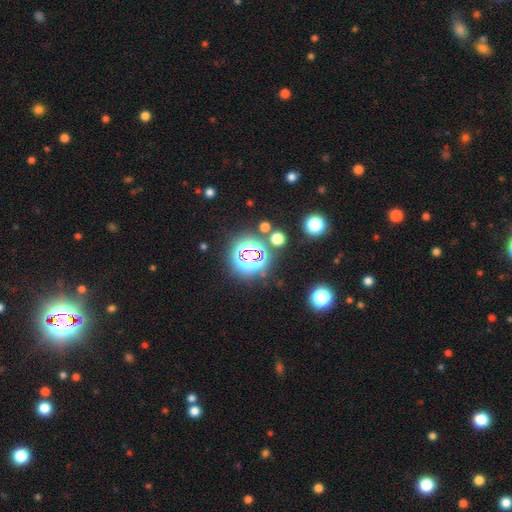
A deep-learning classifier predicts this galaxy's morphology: star or artifact 68%, smooth 21%, featured or disk 11%.